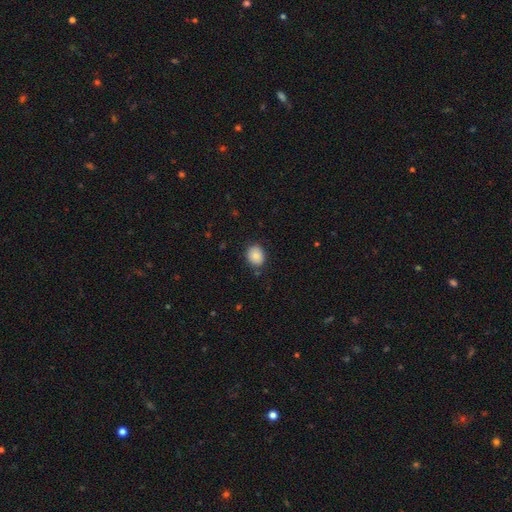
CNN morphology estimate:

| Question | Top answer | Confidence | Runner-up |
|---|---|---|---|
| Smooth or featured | smooth | 84% | star or artifact (9%) |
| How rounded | round | 62% | in between (37%) |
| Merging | none | 83% | minor disturbance (12%) |